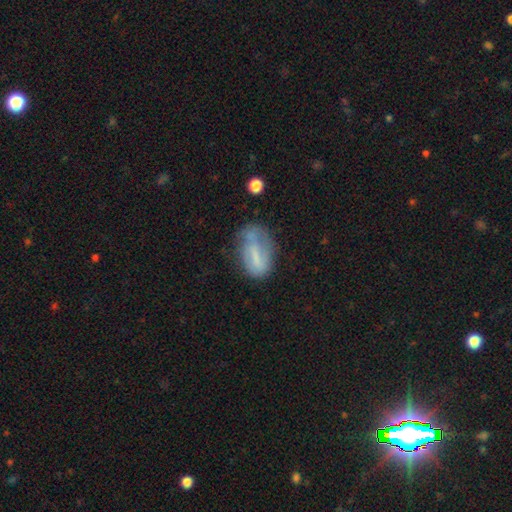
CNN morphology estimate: A smooth galaxy with no disk features (56%) that is in between round and cigar-shaped (86%). Merging: none (43%).